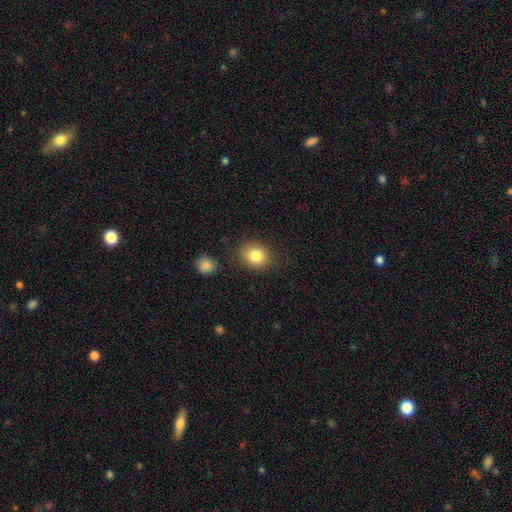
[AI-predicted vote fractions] Smooth or featured: smooth — 84% (star or artifact — 9%)
How rounded: round — 70% (in between — 29%)
Merging: none — 82% (minor disturbance — 10%)